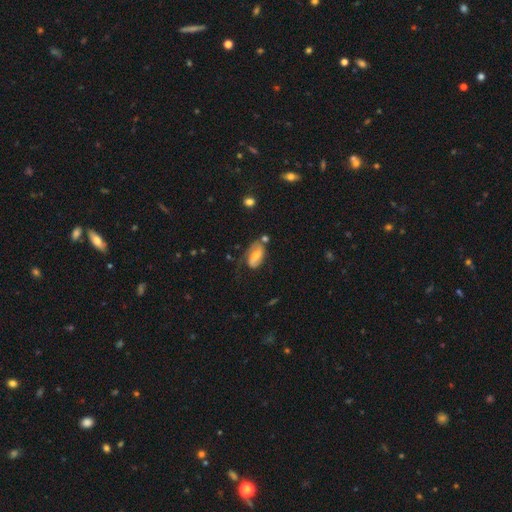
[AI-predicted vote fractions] Morphology: type=smooth (50%); merging=none (48%).